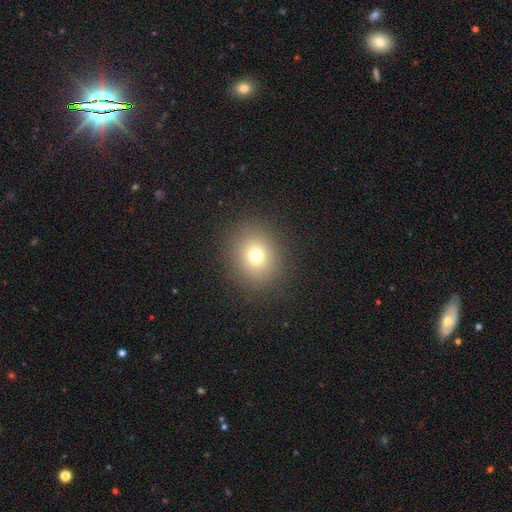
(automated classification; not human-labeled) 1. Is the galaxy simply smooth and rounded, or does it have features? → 73% smooth, 17% star or artifact, 11% featured or disk.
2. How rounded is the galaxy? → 79% round, 20% in between, 1% cigar-shaped.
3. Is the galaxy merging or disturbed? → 89% none, 7% minor disturbance, 4% major disturbance, 1% merger.